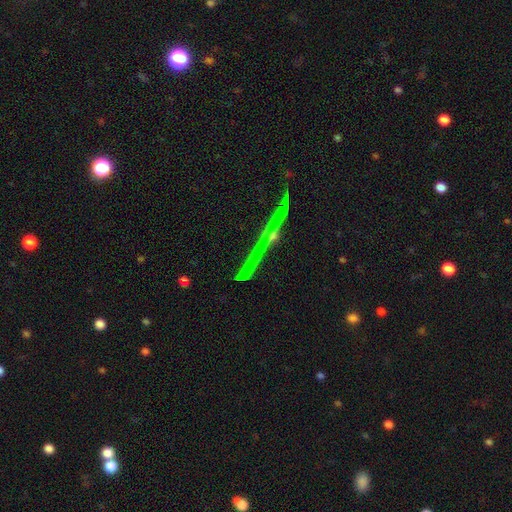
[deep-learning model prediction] Morphology: type=featured or disk (88%); edge-on=yes (98%); edge-on bulge=rounded (86%); merging=none (86%).